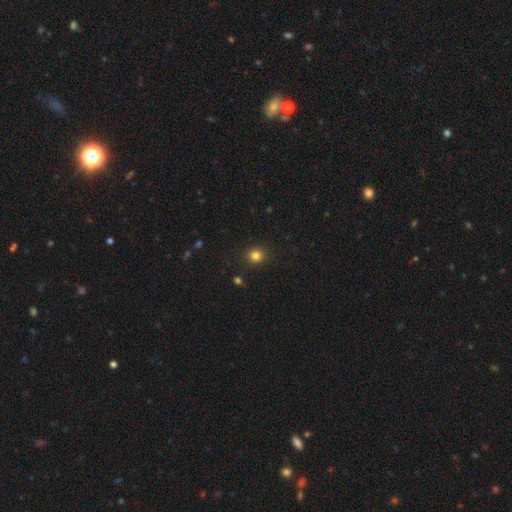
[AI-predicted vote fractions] smooth_or_featured: smooth (p=0.82) [alt: star or artifact p=0.14]
how_rounded: round (p=0.84) [alt: in between p=0.15]
merging: none (p=0.90) [alt: minor disturbance p=0.07]